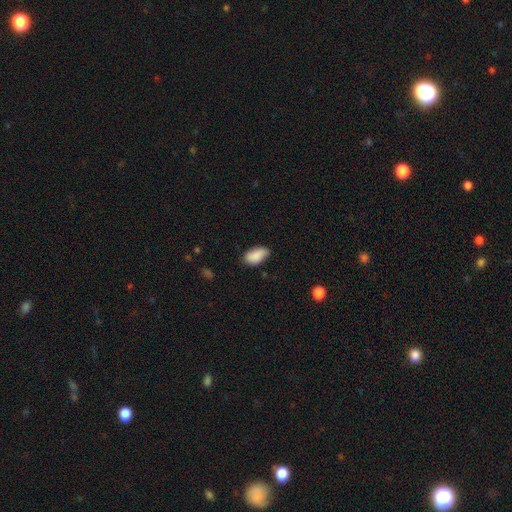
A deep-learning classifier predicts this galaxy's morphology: Smooth or featured?
  - smooth: 88% *
  - star or artifact: 7%
  - featured or disk: 5%
How rounded?
  - in between: 94% *
  - round: 4%
  - cigar-shaped: 2%
Merging?
  - none: 72% *
  - minor disturbance: 22%
  - major disturbance: 4%
  - merger: 1%